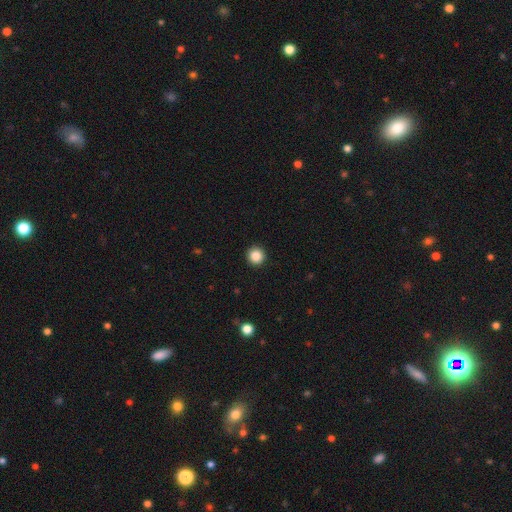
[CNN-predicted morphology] smooth 87%, star or artifact 10%, featured or disk 4%. Down the decision tree: how rounded — round (96%); merging — none (93%).